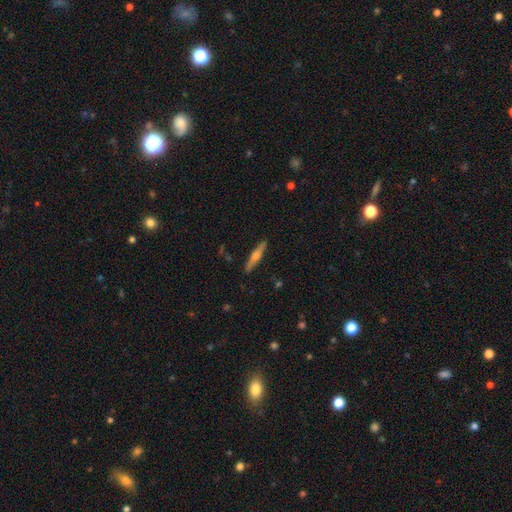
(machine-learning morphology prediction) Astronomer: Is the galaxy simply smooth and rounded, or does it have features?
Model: featured or disk — 62%.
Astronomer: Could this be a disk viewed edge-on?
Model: yes — 97%.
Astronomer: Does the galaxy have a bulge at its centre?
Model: rounded — 86%.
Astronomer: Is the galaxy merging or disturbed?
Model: none — 90%.